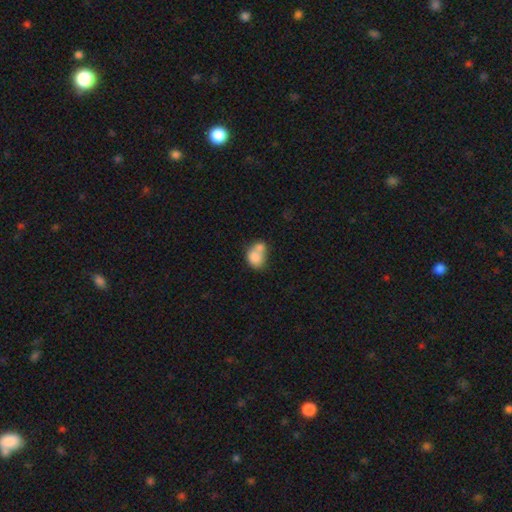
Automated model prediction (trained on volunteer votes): Morphology: type=smooth (77%); roundness=in between (56%); merging=merger (61%).